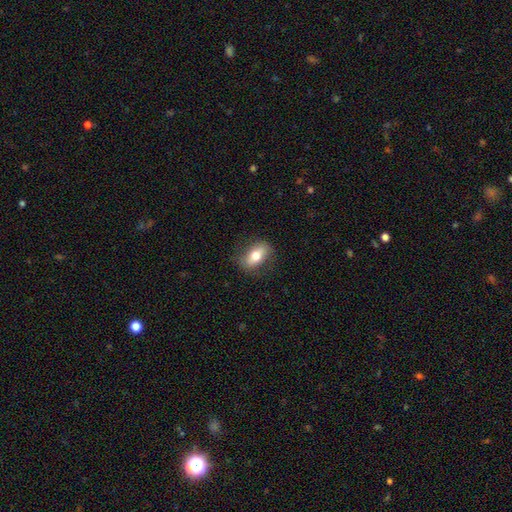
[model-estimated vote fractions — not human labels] Smooth or featured? smooth (68%)
How rounded? in between (85%)
Merging? none (80%)